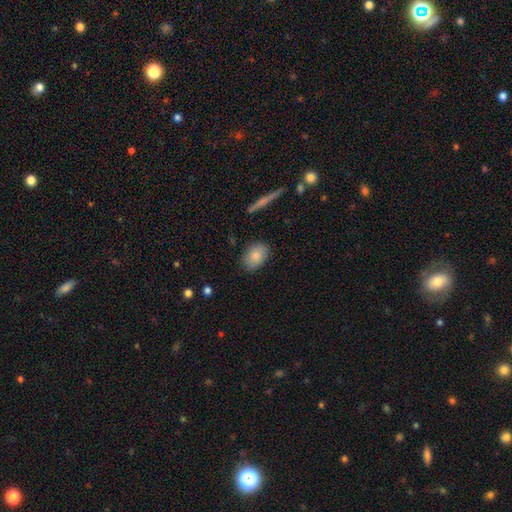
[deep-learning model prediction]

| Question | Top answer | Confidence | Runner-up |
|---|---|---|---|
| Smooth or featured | smooth | 84% | featured or disk (9%) |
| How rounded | in between | 79% | round (20%) |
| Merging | none | 83% | minor disturbance (12%) |